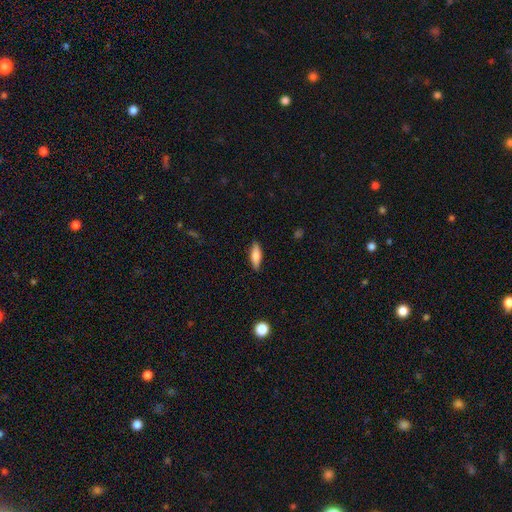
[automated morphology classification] A smooth galaxy with no disk features (82%) that is in between round and cigar-shaped (55%). Merging: none (87%).